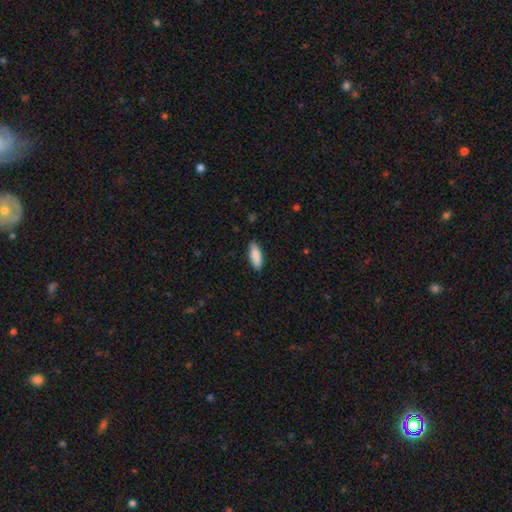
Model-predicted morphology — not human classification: smooth-or-featured: smooth: 88% | featured or disk: 6% | star or artifact: 6%
  how-rounded: in between: 61% | cigar-shaped: 37% | round: 2%
  merging: none: 88% | minor disturbance: 9% | major disturbance: 2% | merger: 1%